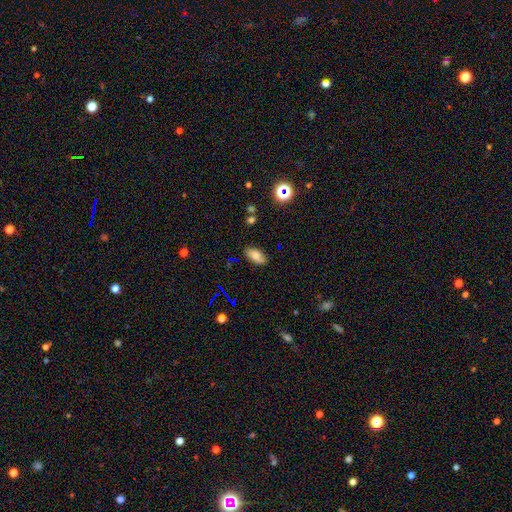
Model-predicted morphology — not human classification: Smooth or featured?
  - smooth: 79% *
  - star or artifact: 11%
  - featured or disk: 10%
How rounded?
  - in between: 91% *
  - cigar-shaped: 6%
  - round: 3%
Merging?
  - none: 84% *
  - minor disturbance: 12%
  - major disturbance: 2%
  - merger: 2%